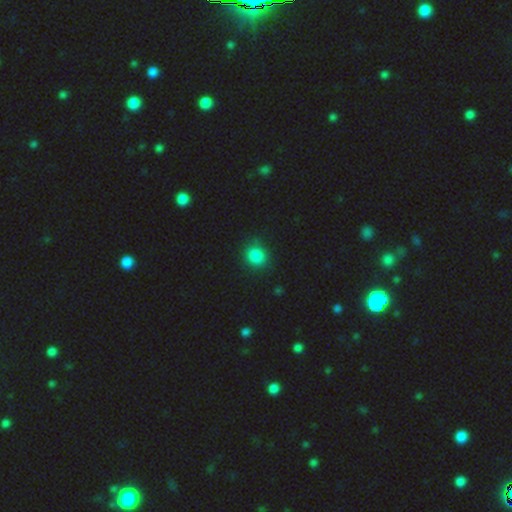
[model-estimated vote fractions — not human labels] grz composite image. It shows a smooth galaxy with no disk features (85%) that is round (77%). Merging: none (85%).